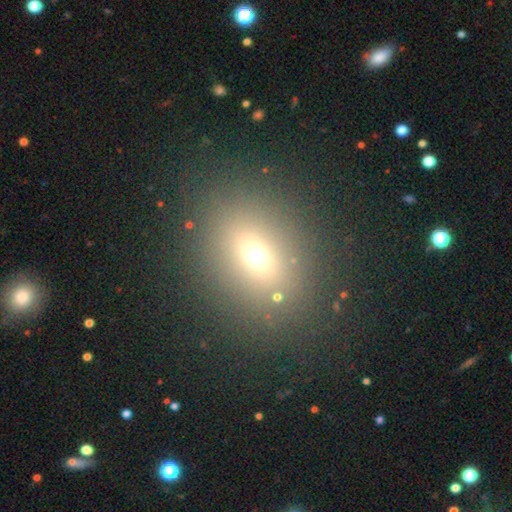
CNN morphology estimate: smooth-or-featured: smooth: 65% | star or artifact: 23% | featured or disk: 13%
  how-rounded: in between: 55% | round: 43% | cigar-shaped: 3%
  merging: none: 81% | minor disturbance: 9% | major disturbance: 6% | merger: 3%